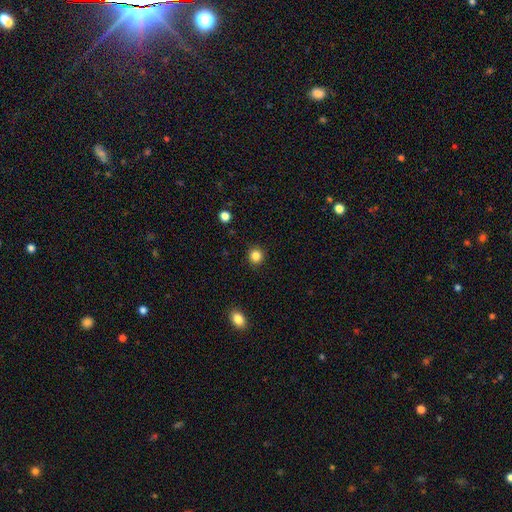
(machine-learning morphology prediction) Overall: smooth (85%). How rounded: round (92%). Merging: none (92%).